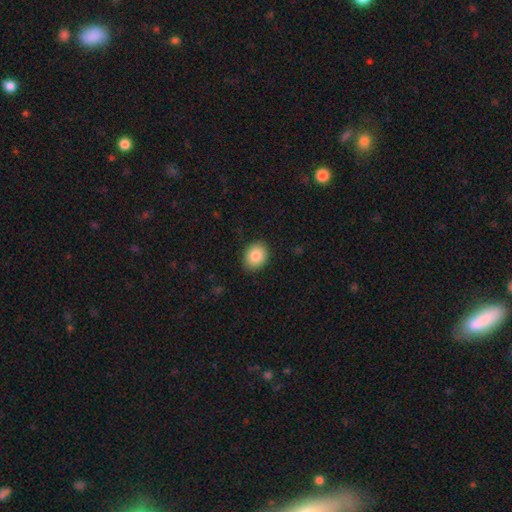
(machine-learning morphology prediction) Smooth or featured? Predicted: smooth (p=0.85). How rounded? Predicted: round (p=0.50). Merging? Predicted: none (p=0.89).